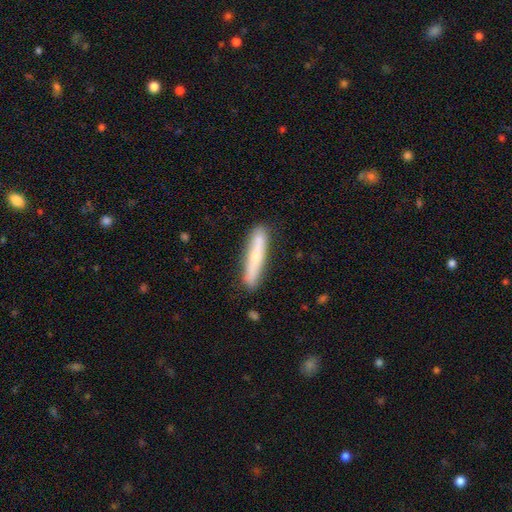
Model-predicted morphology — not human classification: smooth_or_featured: smooth (p=0.51) [alt: featured or disk p=0.43]
how_rounded: cigar-shaped (p=0.91) [alt: in between p=0.08]
merging: none (p=0.84) [alt: minor disturbance p=0.12]